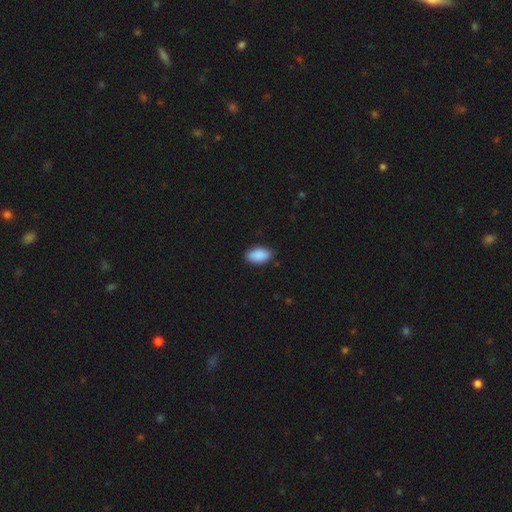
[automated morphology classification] type=smooth (90%); roundness=in between (94%); merging=none (84%).